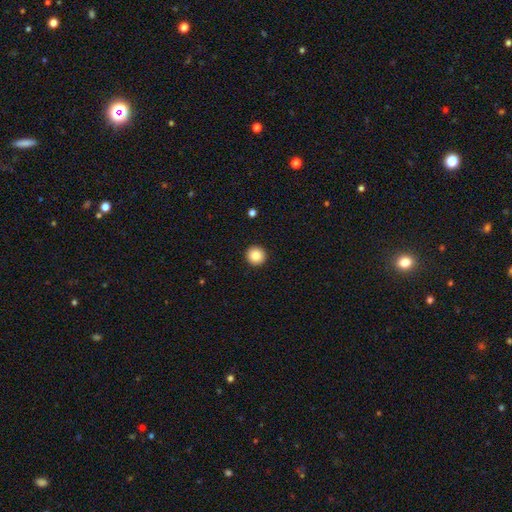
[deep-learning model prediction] A smooth galaxy with no disk features (87%) that is round (95%). Merging: none (94%).